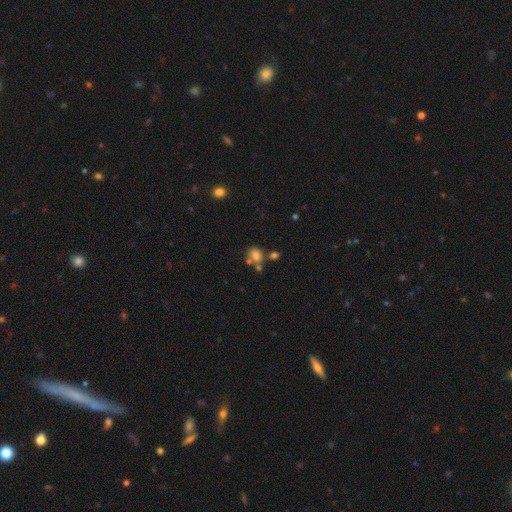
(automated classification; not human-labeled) smooth-or-featured: smooth: 75% | star or artifact: 14% | featured or disk: 10%
  how-rounded: round: 54% | in between: 45% | cigar-shaped: 1%
  merging: none: 53% | merger: 26% | minor disturbance: 14% | major disturbance: 6%